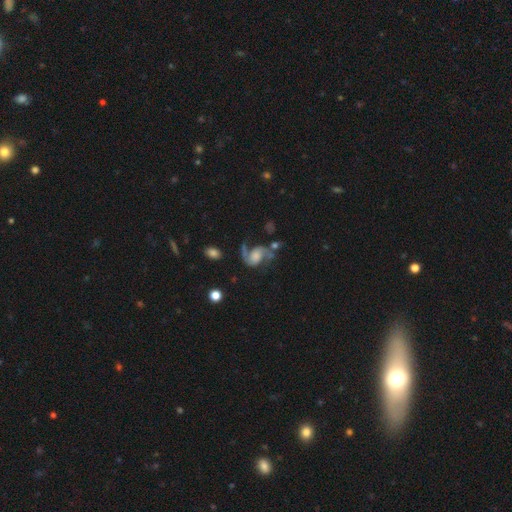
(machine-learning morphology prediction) Overall: featured or disk (80%). Edge-on disk: no (98%). Bar: no (61%; weak 31%). Spiral arms: yes (95%). Spiral arm count: 2 (86%). Spiral winding: loose (47%; medium 42%). Bulge size: none (30%; large 29%). Merging: none (47%; major disturbance 21%).